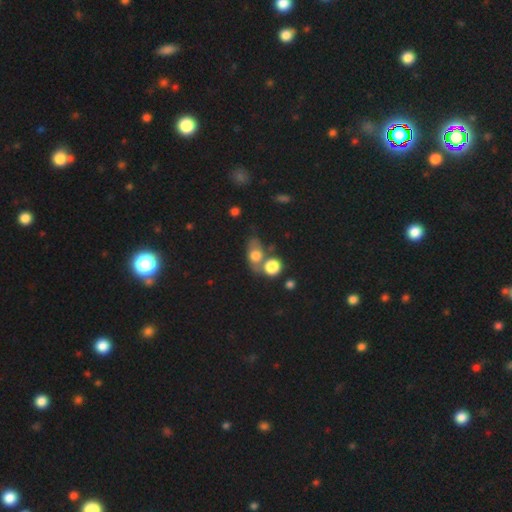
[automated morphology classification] Smooth or featured? Predicted: smooth (p=0.71). How rounded? Predicted: in between (p=0.60). Merging? Predicted: merger (p=0.40).